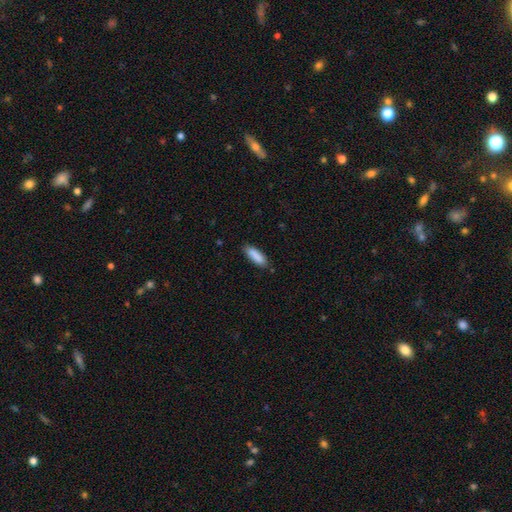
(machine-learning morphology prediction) A smooth galaxy with no disk features (88%) that is cigar-shaped (49%, tied with in between).

Vote fractions:
- Smooth or featured? smooth: 88% / star or artifact: 6% / featured or disk: 5%
- How rounded? cigar-shaped: 49% (tied) / in between: 49% (tied) / round: 1%
- Merging? none: 84% / minor disturbance: 12% / major disturbance: 2% / merger: 2%